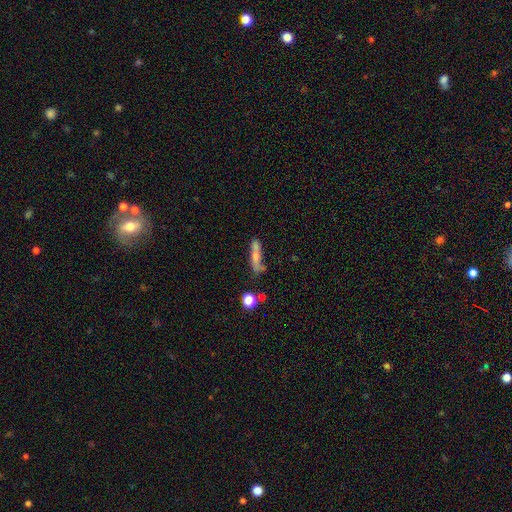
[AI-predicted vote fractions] A smooth galaxy with no disk features (57%) that is cigar-shaped (72%). Merging: none (51%).